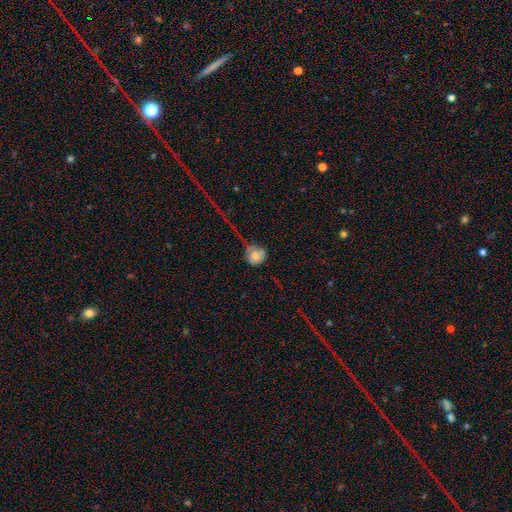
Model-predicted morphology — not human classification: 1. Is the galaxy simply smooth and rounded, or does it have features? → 66% smooth, 22% featured or disk, 12% star or artifact.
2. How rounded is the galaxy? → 84% round, 14% in between, 2% cigar-shaped.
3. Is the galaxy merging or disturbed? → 48% none, 26% minor disturbance, 19% major disturbance, 7% merger.